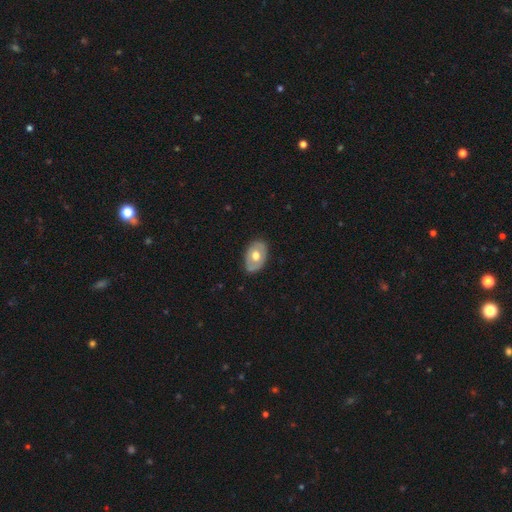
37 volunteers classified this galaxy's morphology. This is likely a smooth galaxy (62%). How rounded: clearly in between (91%). Merging: likely none (78%).